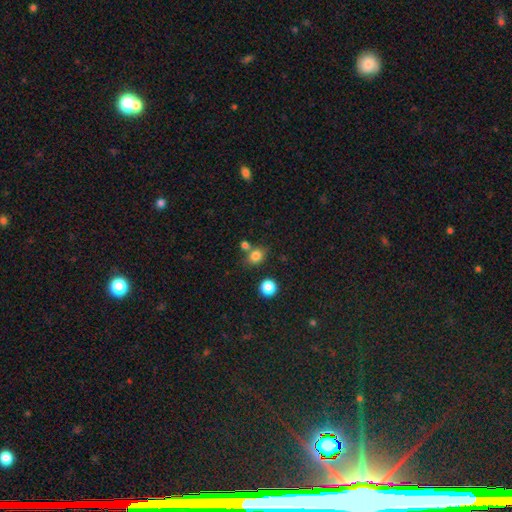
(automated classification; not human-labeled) Smooth or featured?
  - smooth: 80% *
  - star or artifact: 13%
  - featured or disk: 7%
How rounded?
  - round: 53% *
  - in between: 46%
  - cigar-shaped: 1%
Merging?
  - none: 63% *
  - merger: 20%
  - minor disturbance: 13%
  - major disturbance: 4%